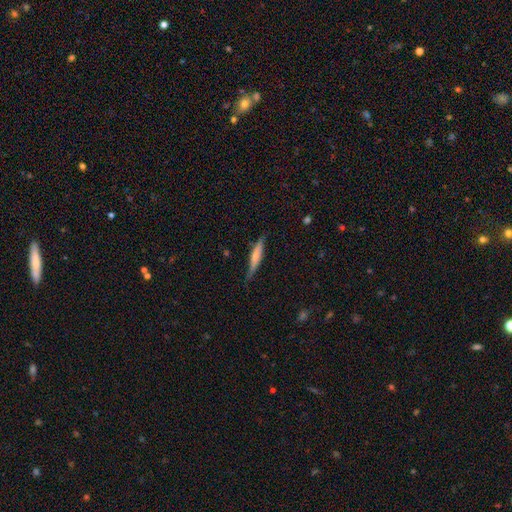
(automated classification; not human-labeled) This is possibly a smooth galaxy (58%). How rounded: clearly cigar-shaped (88%). Merging: likely none (73%).